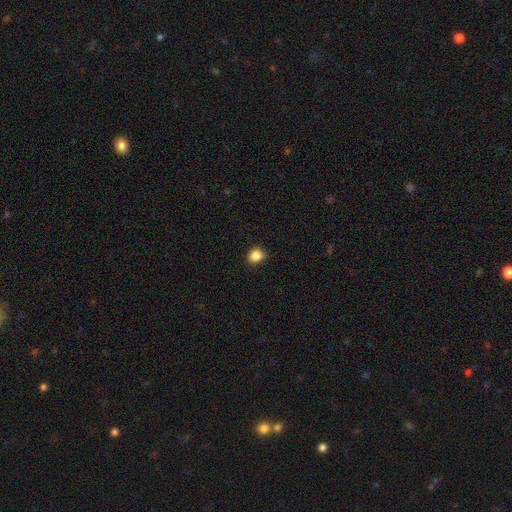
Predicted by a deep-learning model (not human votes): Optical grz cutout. It shows a smooth galaxy with no disk features (87%) that is round (64%). Merging: none (86%).